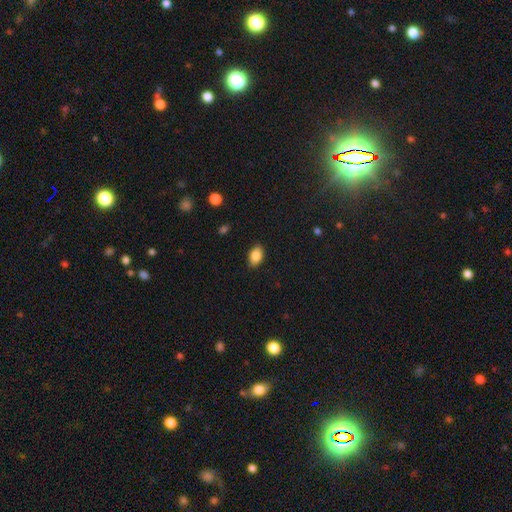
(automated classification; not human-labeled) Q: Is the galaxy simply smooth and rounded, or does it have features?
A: smooth — 86%.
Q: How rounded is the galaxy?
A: in between — 88%.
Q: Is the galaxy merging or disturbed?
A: none — 87%.